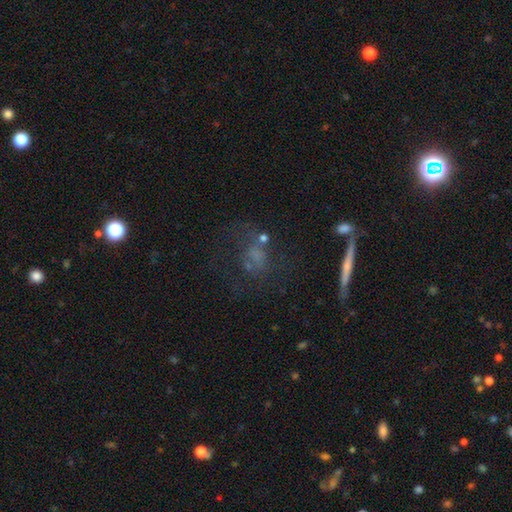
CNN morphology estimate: Q: Smooth or featured?
A: featured or disk (43%); runner-up: smooth (35%)
Q: Merging?
A: none (54%); runner-up: major disturbance (19%)